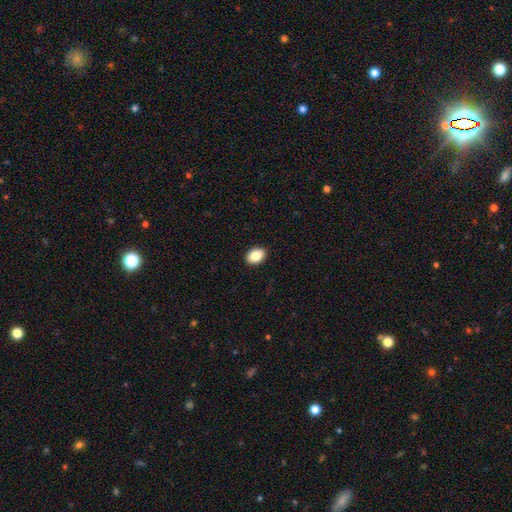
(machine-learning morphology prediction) Smooth or featured: smooth — 87% (star or artifact — 8%)
How rounded: in between — 79% (round — 20%)
Merging: none — 91% (minor disturbance — 6%)